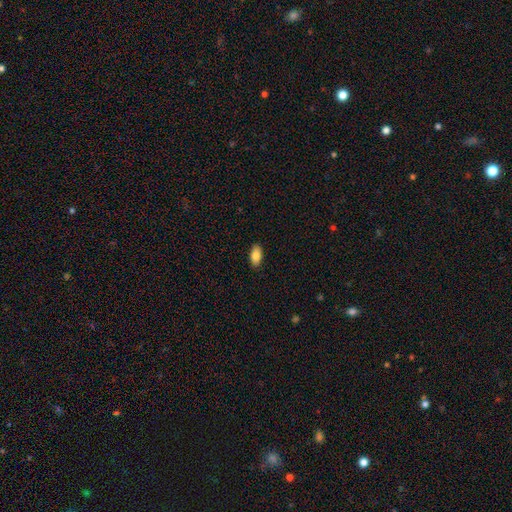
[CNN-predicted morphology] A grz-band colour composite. It shows a smooth galaxy with no disk features (85%) that is in between round and cigar-shaped (92%). Merging: none (89%).